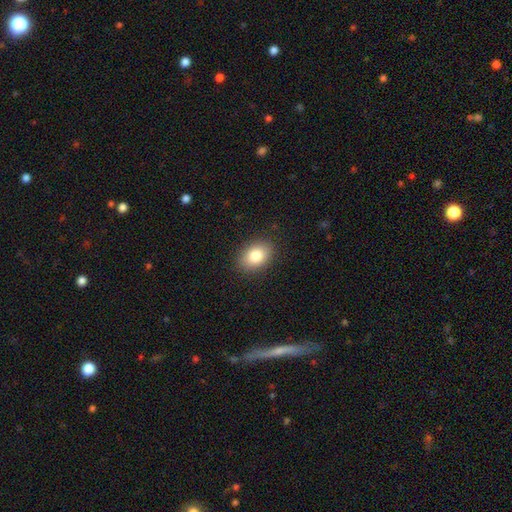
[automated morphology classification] type=smooth (82%); roundness=in between (77%); merging=none (88%).